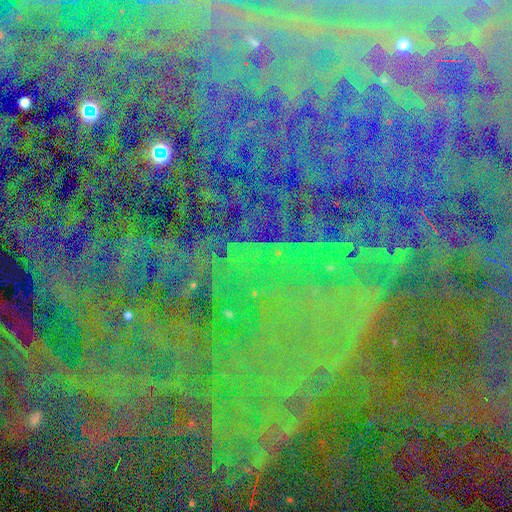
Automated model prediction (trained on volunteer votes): star or artifact 86%, featured or disk 7%, smooth 7%.